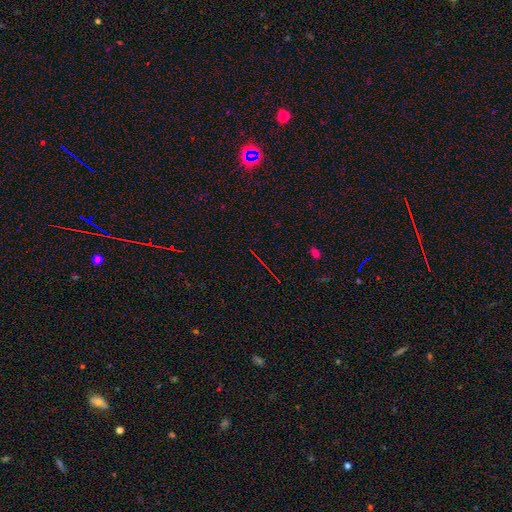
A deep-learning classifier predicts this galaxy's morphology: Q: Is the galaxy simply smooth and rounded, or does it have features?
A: star or artifact — 73%.